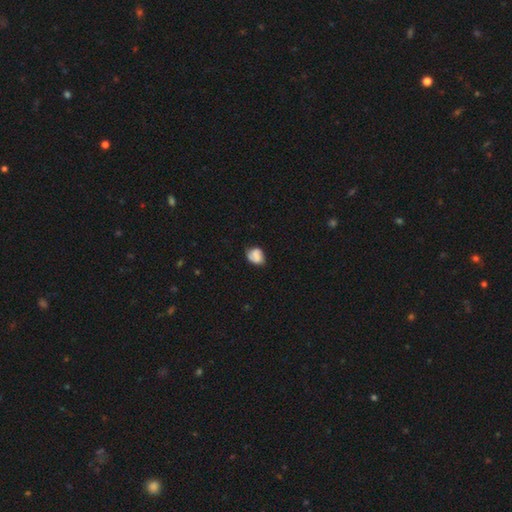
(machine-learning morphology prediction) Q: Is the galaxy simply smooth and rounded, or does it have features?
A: smooth — 73%.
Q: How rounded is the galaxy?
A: round — 51%.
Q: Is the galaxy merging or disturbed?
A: none — 58%.